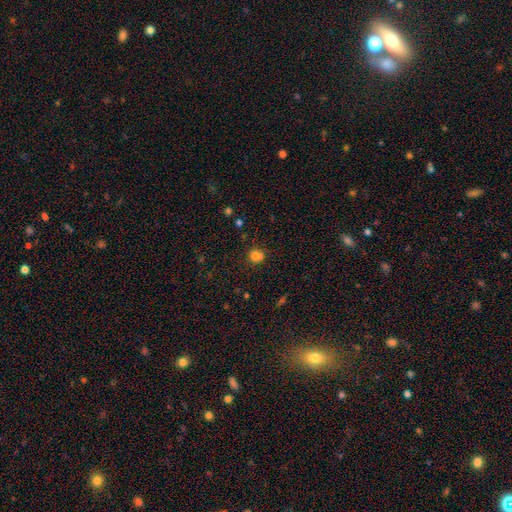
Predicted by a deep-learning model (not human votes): This is likely a smooth galaxy (73%). How rounded: clearly round (82%). Merging: possibly none (49%).